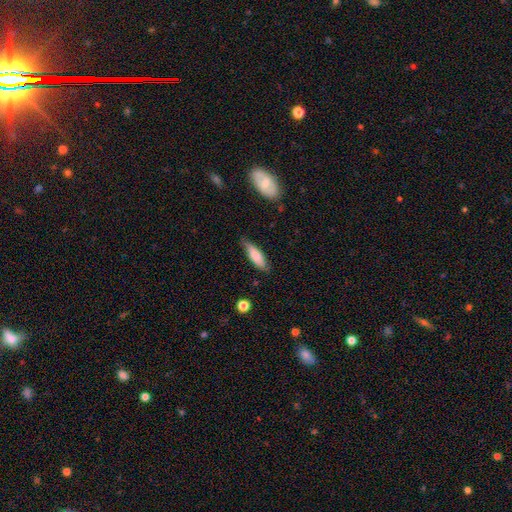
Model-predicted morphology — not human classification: A smooth galaxy with no disk features (79%) that is cigar-shaped (52%). Merging: none (74%).